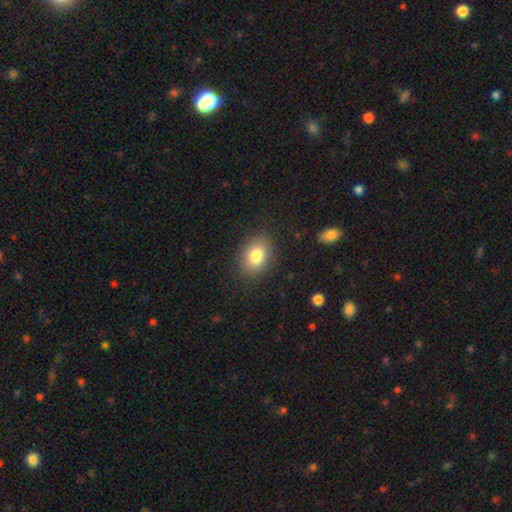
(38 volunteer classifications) Q: Smooth or featured?
A: smooth (84%); runner-up: featured or disk (8%)
Q: How rounded?
A: in between (66%); runner-up: round (31%)
Q: Merging?
A: none (77%); runner-up: major disturbance (14%)